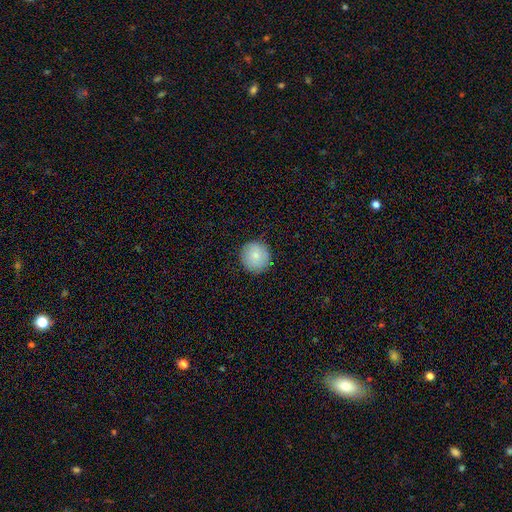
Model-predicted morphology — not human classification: Smooth or featured? Predicted: smooth (p=0.80). How rounded? Predicted: round (p=0.94). Merging? Predicted: none (p=0.88).